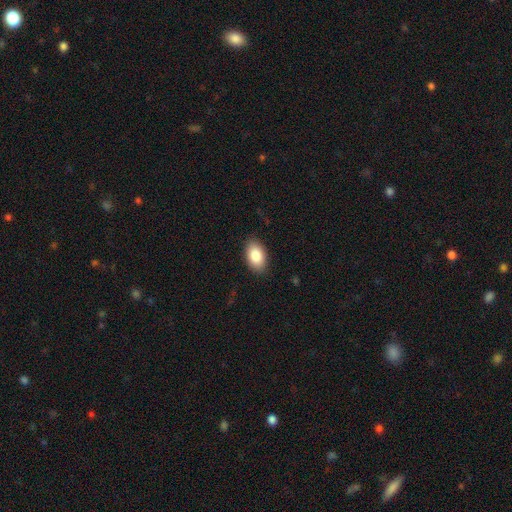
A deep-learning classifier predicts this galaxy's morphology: Smooth or featured? smooth (86%)
How rounded? in between (93%)
Merging? none (87%)